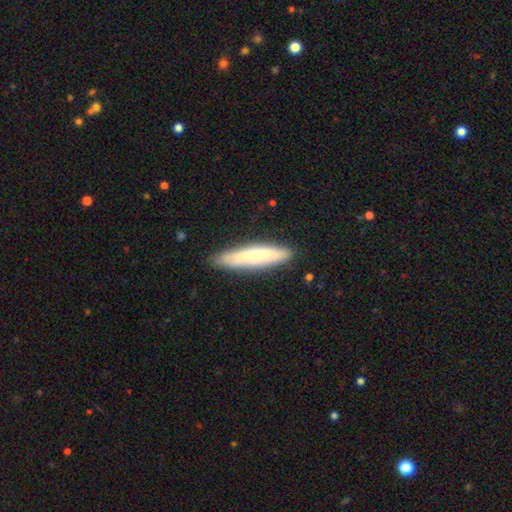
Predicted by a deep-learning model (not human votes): A smooth galaxy with no disk features (64%) that is cigar-shaped (84%).

Vote fractions:
- Smooth or featured? smooth: 64% / featured or disk: 30% / star or artifact: 6%
- How rounded? cigar-shaped: 84% / in between: 14% / round: 1%
- Merging? none: 87% / minor disturbance: 10% / major disturbance: 2% / merger: 1%